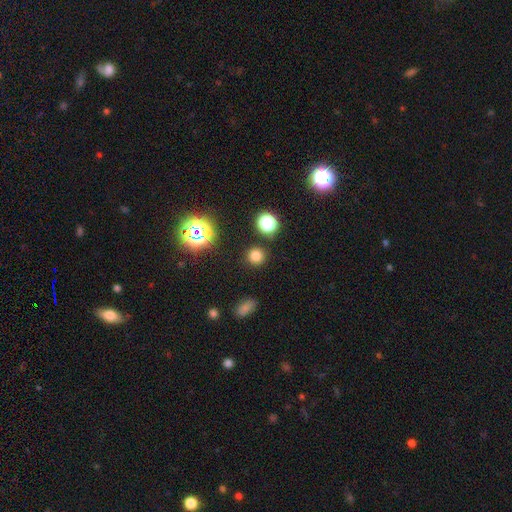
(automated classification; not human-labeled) A smooth galaxy with no disk features (74%) that is round (93%).

Vote fractions:
- Smooth or featured? smooth: 74% / star or artifact: 20% / featured or disk: 5%
- How rounded? round: 93% / in between: 6% / cigar-shaped: 1%
- Merging? none: 88% / minor disturbance: 6% / merger: 3% / major disturbance: 3%